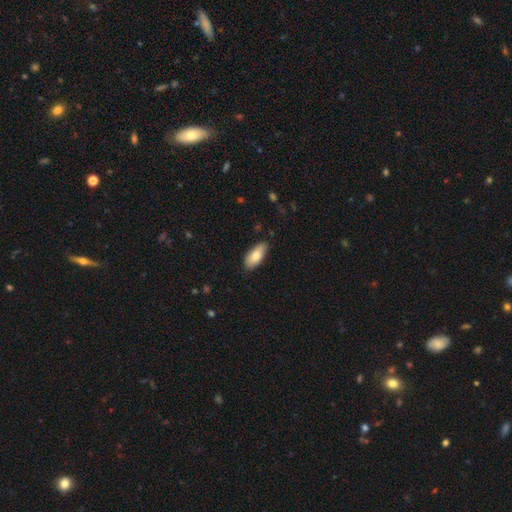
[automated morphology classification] Smooth or featured? Predicted: smooth (p=0.81). How rounded? Predicted: in between (p=0.84). Merging? Predicted: none (p=0.82).